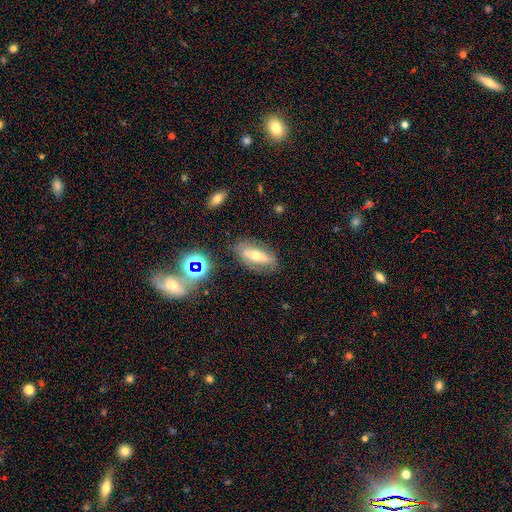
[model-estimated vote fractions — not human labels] featured or disk 47%, smooth 40%, star or artifact 14%. Down the decision tree: merging — none (75%).